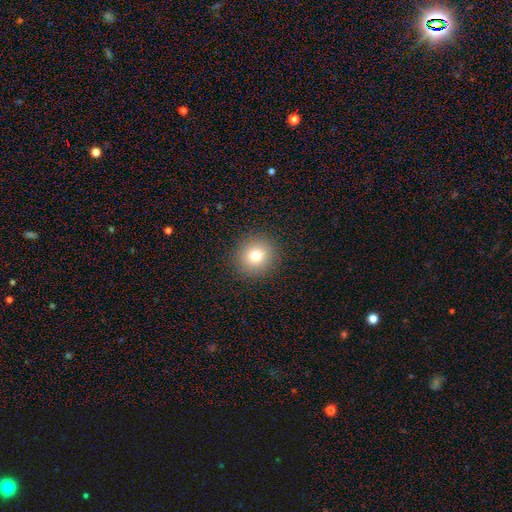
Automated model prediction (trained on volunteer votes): This is likely a smooth galaxy (78%). How rounded: clearly round (90%). Merging: clearly none (91%).